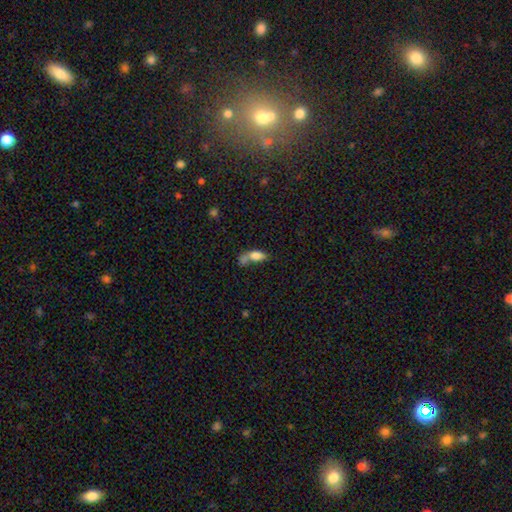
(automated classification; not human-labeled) Smooth or featured?
  - smooth: 76% *
  - featured or disk: 14%
  - star or artifact: 10%
How rounded?
  - in between: 79% *
  - cigar-shaped: 14%
  - round: 7%
Merging?
  - merger: 54% *
  - none: 23%
  - minor disturbance: 12%
  - major disturbance: 11%